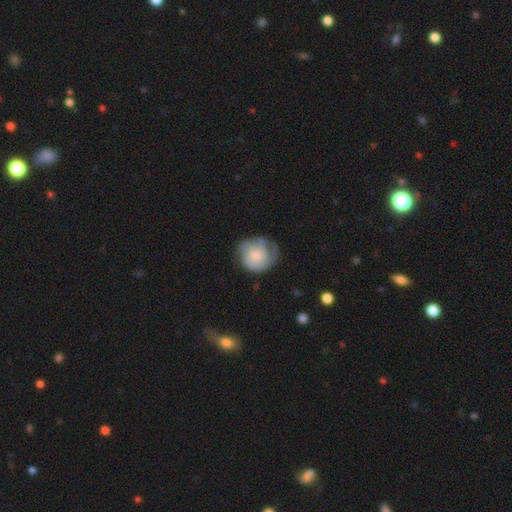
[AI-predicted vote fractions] Overall: smooth (55%; featured or disk 39%). How rounded: round (83%). Merging: none (49%; minor disturbance 32%).